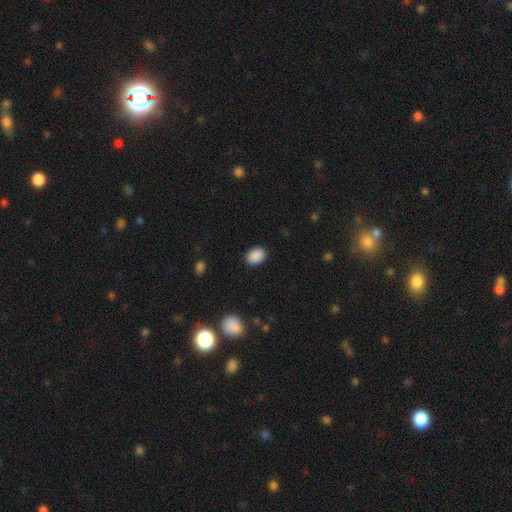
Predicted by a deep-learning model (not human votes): Smooth or featured?
  - smooth: 90% *
  - star or artifact: 8%
  - featured or disk: 3%
How rounded?
  - in between: 70% *
  - round: 29%
  - cigar-shaped: 1%
Merging?
  - none: 89% *
  - minor disturbance: 7%
  - major disturbance: 2%
  - merger: 1%